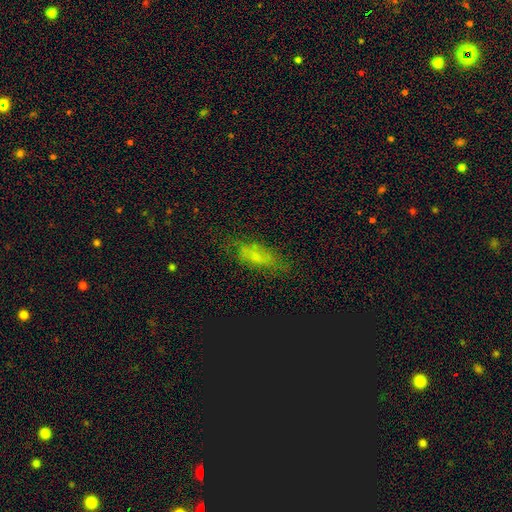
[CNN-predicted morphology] smooth-or-featured: smooth: 57% | featured or disk: 24% | star or artifact: 20%
  how-rounded: in between: 69% | cigar-shaped: 27% | round: 4%
  merging: none: 61% | minor disturbance: 23% | major disturbance: 13% | merger: 2%